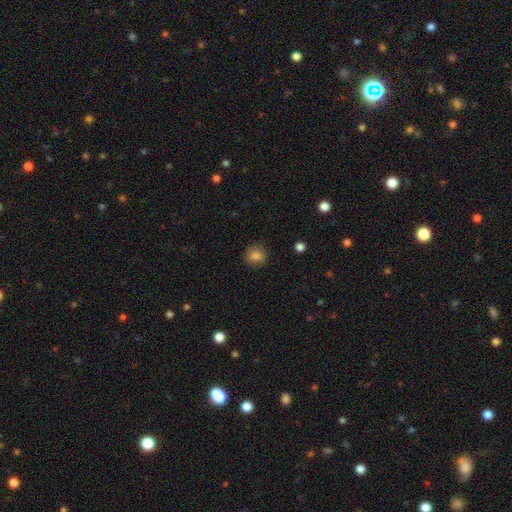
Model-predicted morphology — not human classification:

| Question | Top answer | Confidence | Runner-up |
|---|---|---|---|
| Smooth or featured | smooth | 84% | star or artifact (11%) |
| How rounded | round | 89% | in between (10%) |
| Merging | none | 88% | minor disturbance (8%) |